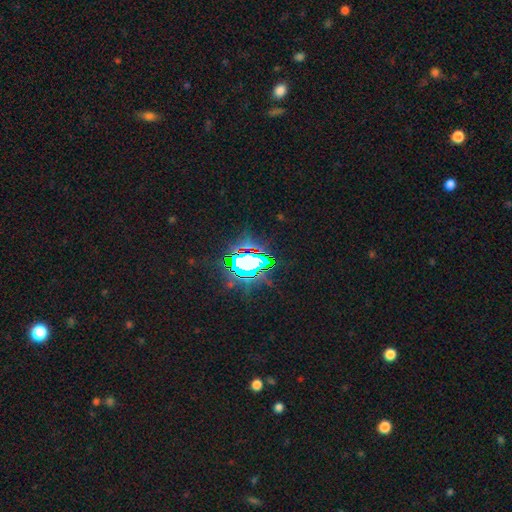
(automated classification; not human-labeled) This appears to be a star or artifact, not a galaxy (82%).